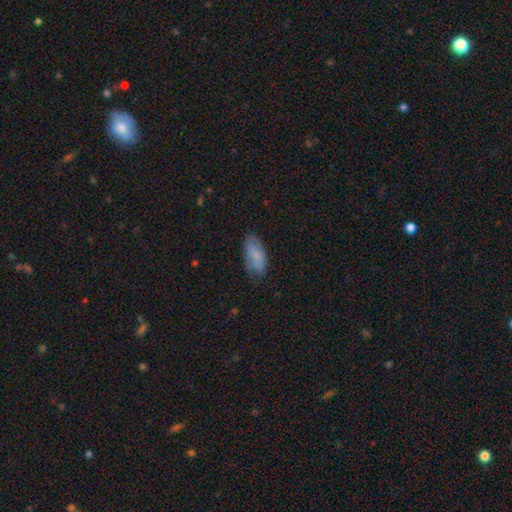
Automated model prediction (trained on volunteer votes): The model was most divided on "merging": none: 65%, minor disturbance: 26%, major disturbance: 7%, merger: 2%. More confident: how rounded — in between (89%); smooth or featured — smooth (77%).